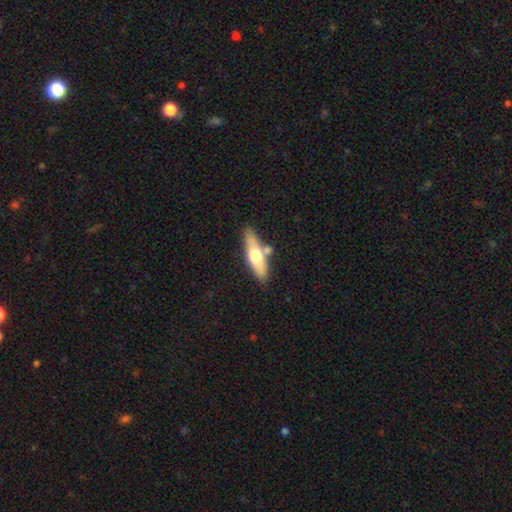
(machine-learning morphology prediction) smooth-or-featured: smooth: 53% | featured or disk: 42% | star or artifact: 6%
  how-rounded: cigar-shaped: 57% | in between: 41% | round: 3%
  merging: none: 69% | merger: 14% | minor disturbance: 13% | major disturbance: 4%